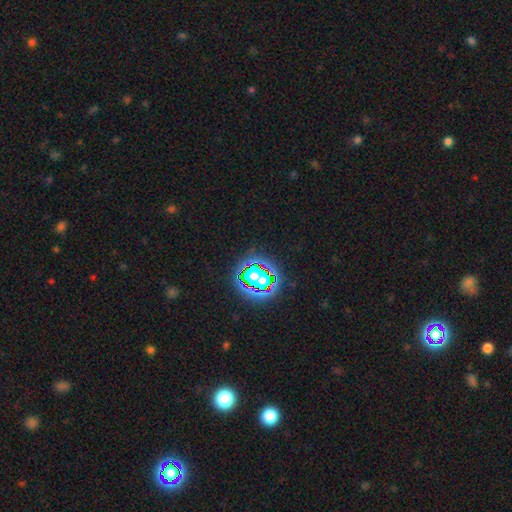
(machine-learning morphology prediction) The model was most divided on "smooth or featured": star or artifact: 79%, smooth: 13%, featured or disk: 7%.